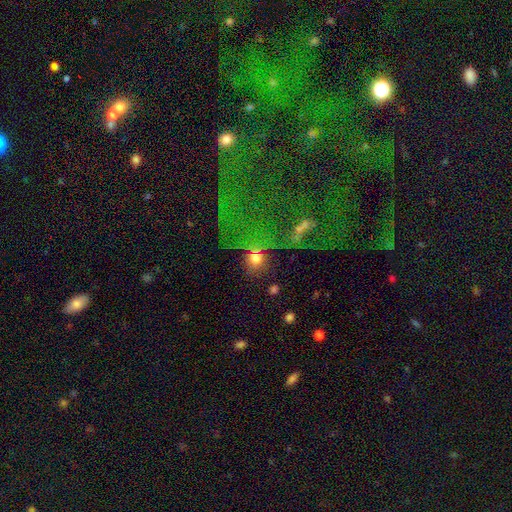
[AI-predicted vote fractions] The model was most divided on "merging": none: 50%, major disturbance: 19%, minor disturbance: 16%, merger: 15%. More confident: how rounded — round (71%); smooth or featured — smooth (63%).